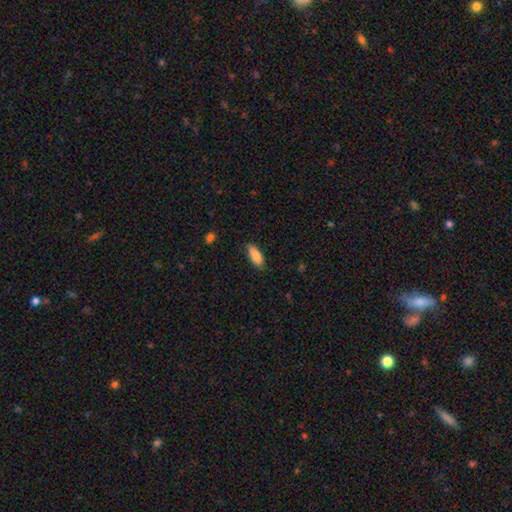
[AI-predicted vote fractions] Overall: smooth (88%). How rounded: in between (73%). Merging: none (84%).